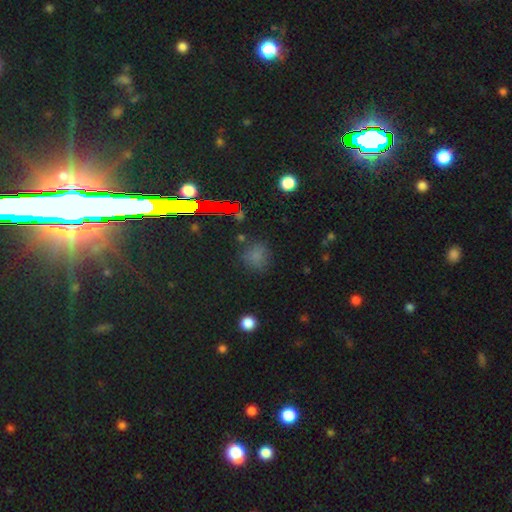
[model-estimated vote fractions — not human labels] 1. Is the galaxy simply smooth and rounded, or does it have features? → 62% smooth, 30% star or artifact, 8% featured or disk.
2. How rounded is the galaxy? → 85% round, 13% in between, 2% cigar-shaped.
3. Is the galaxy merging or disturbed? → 78% none, 14% minor disturbance, 6% major disturbance, 3% merger.